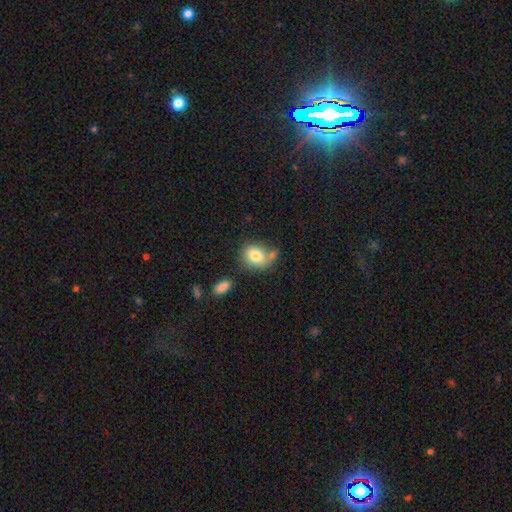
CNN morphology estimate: Smooth or featured? Predicted: smooth (p=0.78). How rounded? Predicted: in between (p=0.50). Merging? Predicted: none (p=0.49).